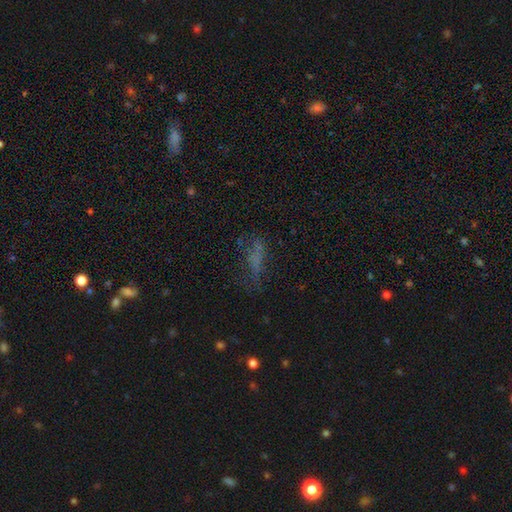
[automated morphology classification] Overall: smooth (49%; star or artifact 26%). Merging: none (48%; major disturbance 26%).